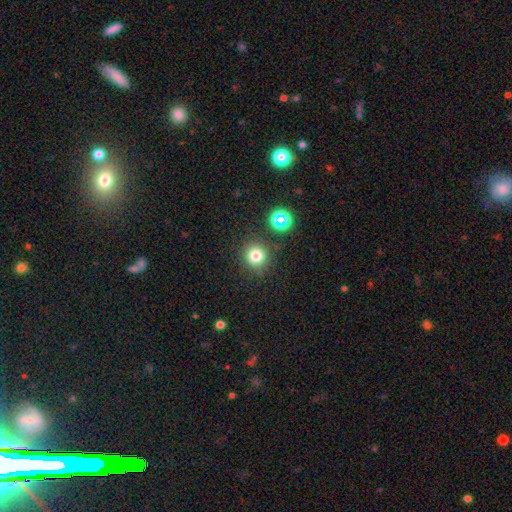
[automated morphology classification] A smooth galaxy with no disk features (77%) that is round (93%). Merging: none (85%).